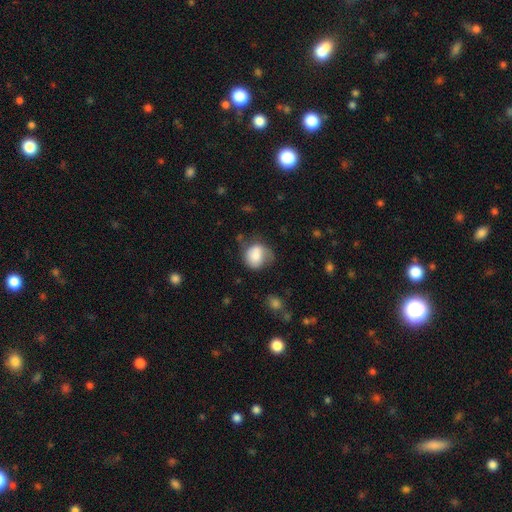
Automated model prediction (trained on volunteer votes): Morphology: type=smooth (74%); roundness=round (65%); merging=none (43%).